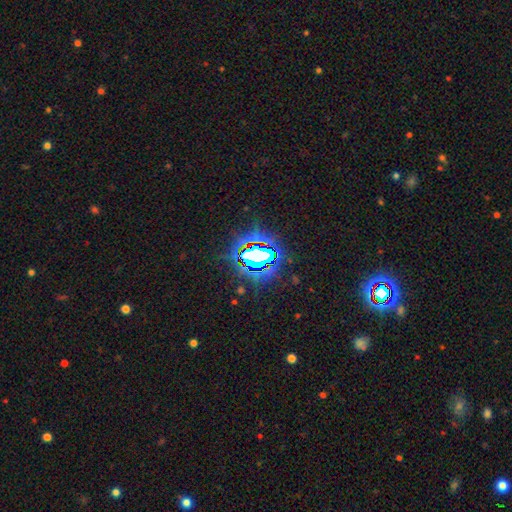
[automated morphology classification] This is likely a star or artifact rather than a galaxy (75%).